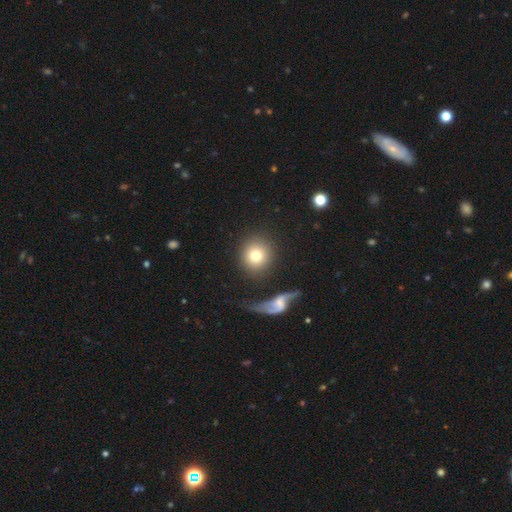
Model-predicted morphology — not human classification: This appears to be a smooth galaxy with no disk features (76%) that is round (89%). Merging: none (78%).